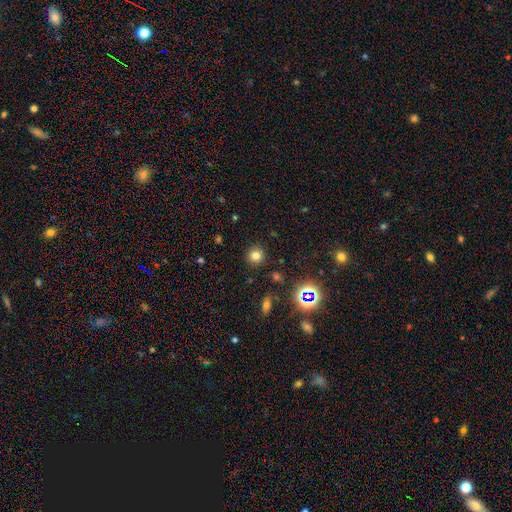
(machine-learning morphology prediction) type=smooth (75%); roundness=round (93%); merging=none (90%).